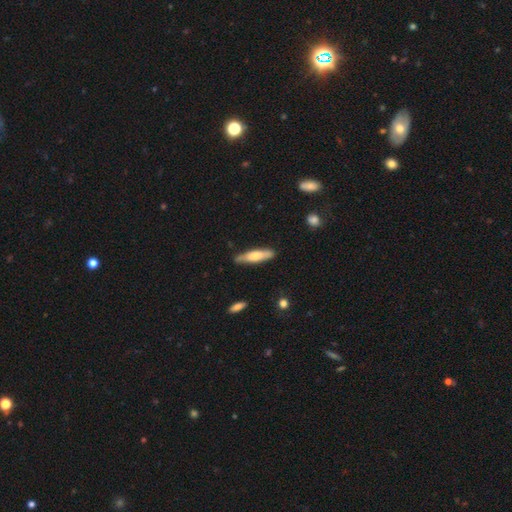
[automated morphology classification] Smooth or featured: smooth — 62% (featured or disk — 33%)
How rounded: cigar-shaped — 73% (in between — 25%)
Merging: none — 76% (minor disturbance — 19%)